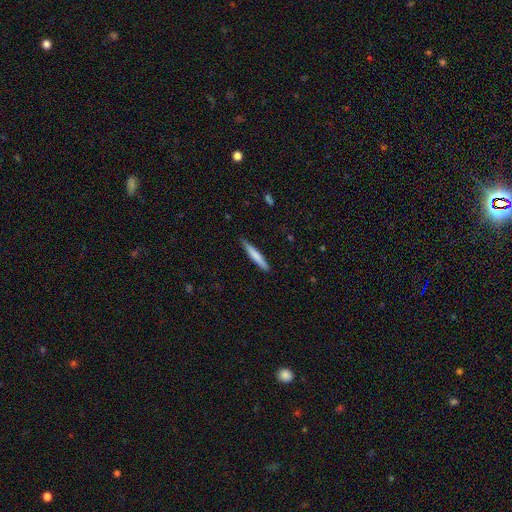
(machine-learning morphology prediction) Q: Smooth or featured?
A: smooth (72%); runner-up: featured or disk (22%)
Q: How rounded?
A: cigar-shaped (94%); runner-up: in between (4%)
Q: Merging?
A: none (87%); runner-up: minor disturbance (10%)